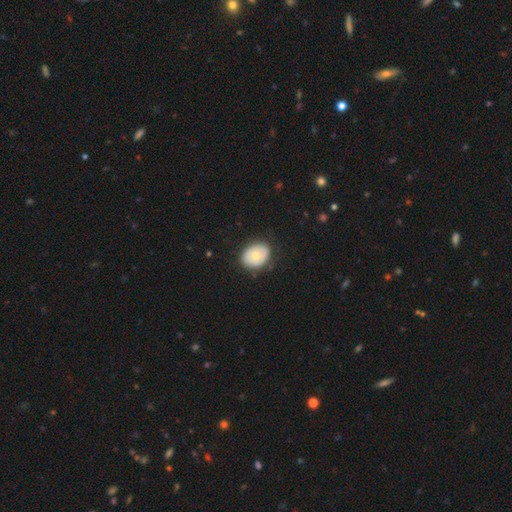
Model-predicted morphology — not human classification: Q: Smooth or featured?
A: smooth (62%); runner-up: featured or disk (31%)
Q: How rounded?
A: in between (63%); runner-up: round (36%)
Q: Merging?
A: none (81%); runner-up: minor disturbance (14%)